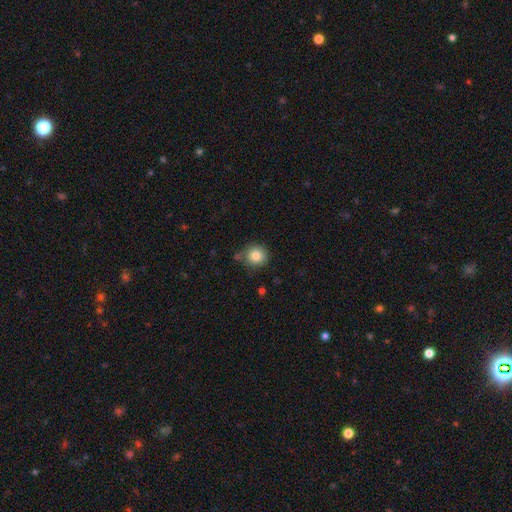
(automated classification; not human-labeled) Morphology: type=smooth (84%); roundness=round (91%); merging=none (77%).